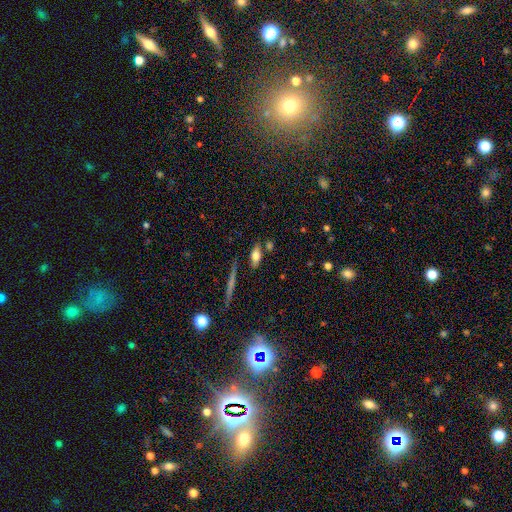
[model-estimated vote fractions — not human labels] This appears to be a smooth galaxy with no disk features (64%) that is in between round and cigar-shaped (75%). Merging: none (68%).